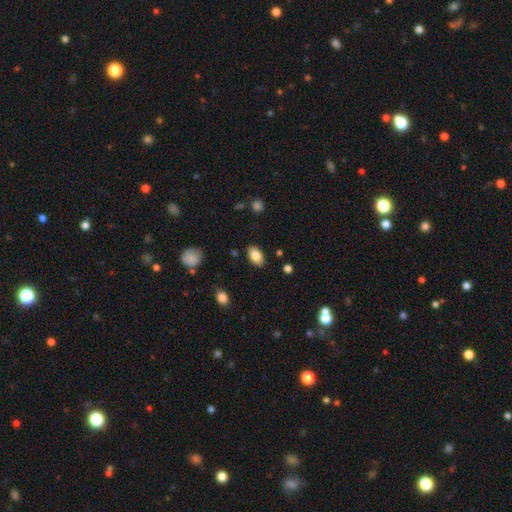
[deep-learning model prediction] Q: Smooth or featured?
A: smooth (83%); runner-up: featured or disk (9%)
Q: How rounded?
A: in between (91%); runner-up: round (7%)
Q: Merging?
A: none (86%); runner-up: minor disturbance (10%)